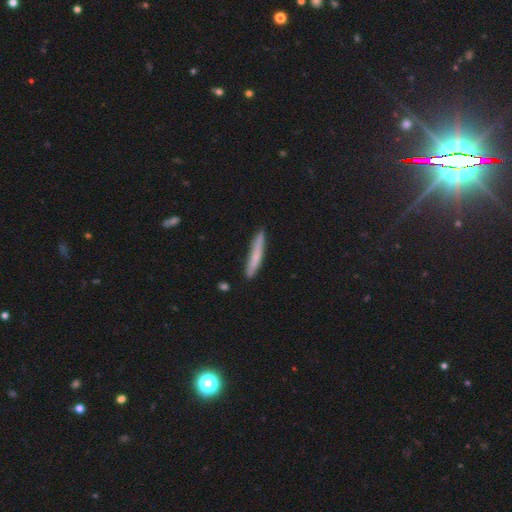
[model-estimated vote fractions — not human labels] Q: Smooth or featured?
A: smooth (69%); runner-up: featured or disk (25%)
Q: How rounded?
A: cigar-shaped (94%); runner-up: in between (4%)
Q: Merging?
A: none (83%); runner-up: minor disturbance (13%)